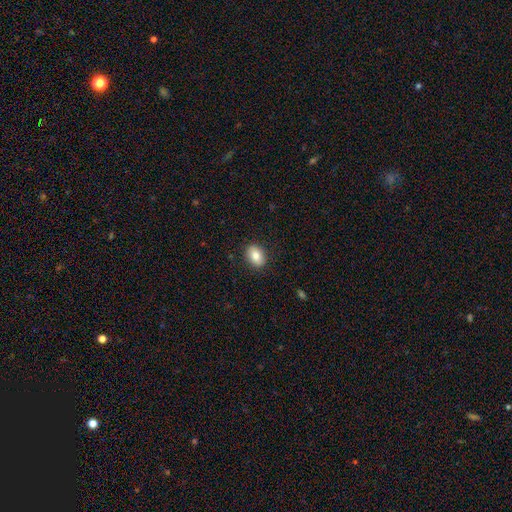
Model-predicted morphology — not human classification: This is clearly a smooth galaxy (82%). How rounded: likely in between (78%). Merging: clearly none (89%).